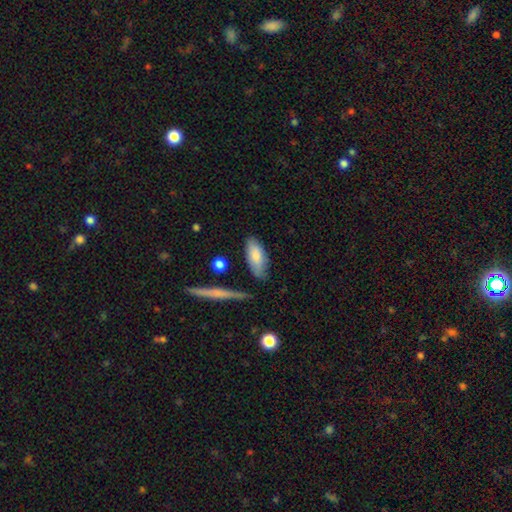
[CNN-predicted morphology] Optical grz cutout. It shows a smooth galaxy with no disk features (79%) that is in between round and cigar-shaped (79%). Merging: none (71%).